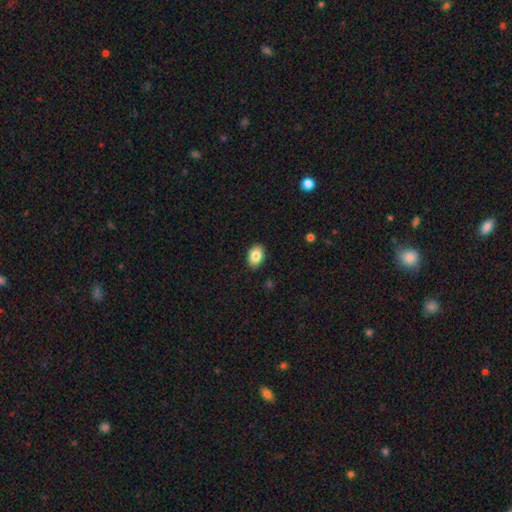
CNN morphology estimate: This appears to be a smooth galaxy with no disk features (85%) that is in between round and cigar-shaped (79%). Merging: none (89%).